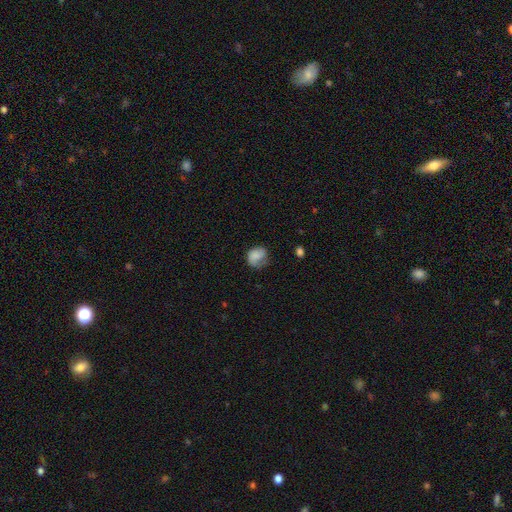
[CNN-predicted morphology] Smooth or featured: smooth — 74% (featured or disk — 18%)
How rounded: round — 63% (in between — 36%)
Merging: none — 45% (minor disturbance — 33%)